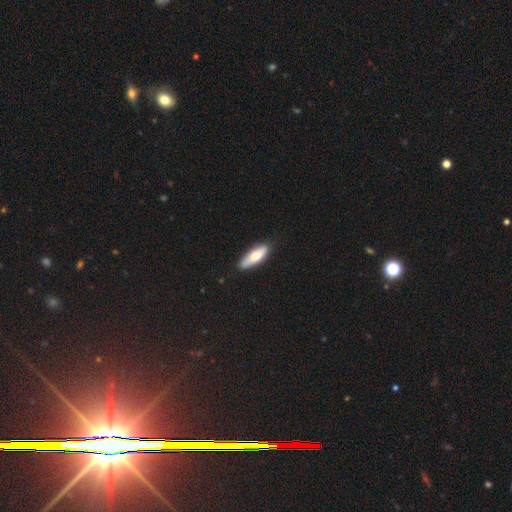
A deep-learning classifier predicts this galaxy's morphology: This appears to be a smooth galaxy with no disk features (65%) that is in between round and cigar-shaped (57%). Merging: none (85%).